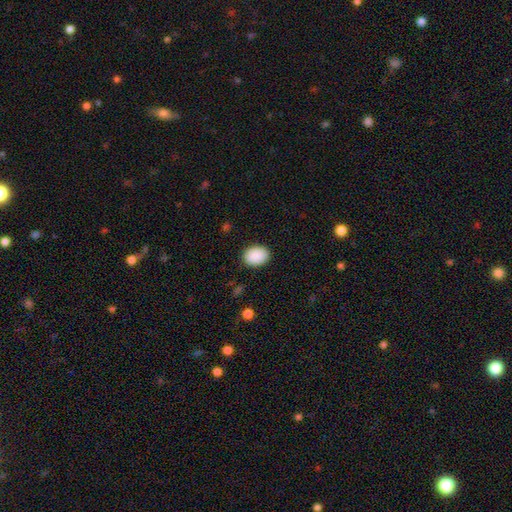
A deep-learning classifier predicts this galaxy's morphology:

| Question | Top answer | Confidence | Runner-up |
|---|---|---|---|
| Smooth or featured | smooth | 90% | star or artifact (7%) |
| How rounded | in between | 67% | round (33%) |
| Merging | none | 89% | minor disturbance (8%) |